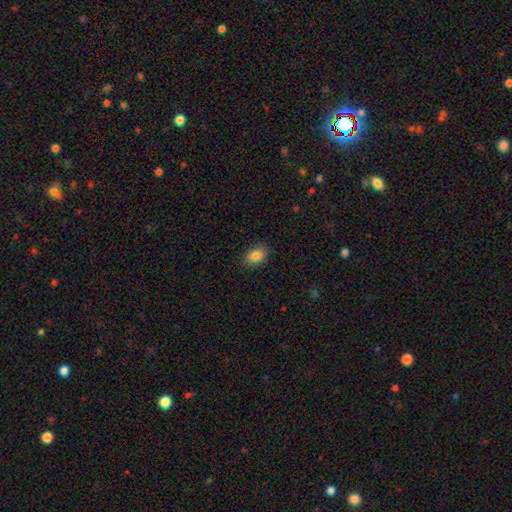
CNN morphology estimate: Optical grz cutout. It shows a smooth galaxy with no disk features (85%) that is in between round and cigar-shaped (78%). Merging: none (86%).